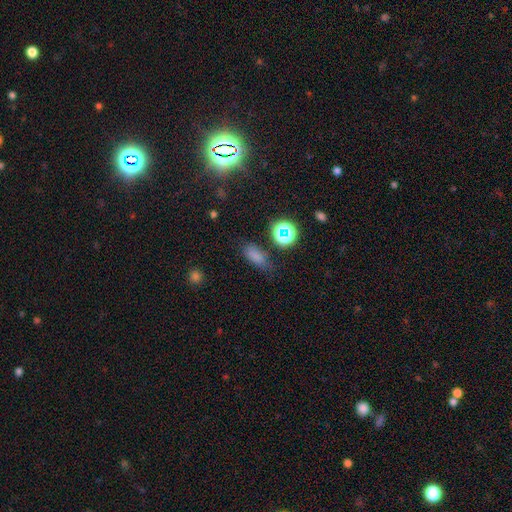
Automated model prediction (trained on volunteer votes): Smooth or featured? smooth (73%)
How rounded? in between (77%)
Merging? none (69%)